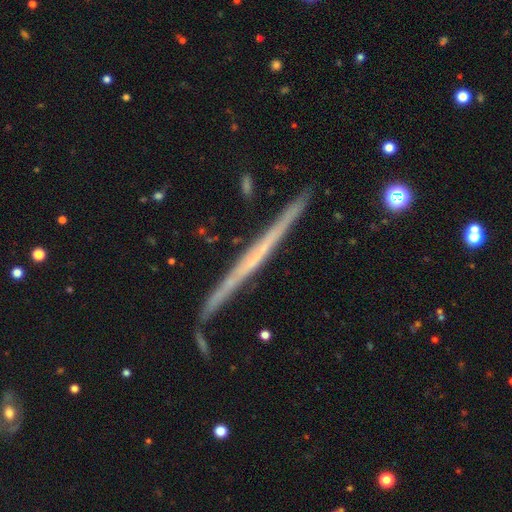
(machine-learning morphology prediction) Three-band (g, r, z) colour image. It shows a featured or disk galaxy (70%) viewed edge-on (98%) with no central bulge (89%). Merging: none (88%).